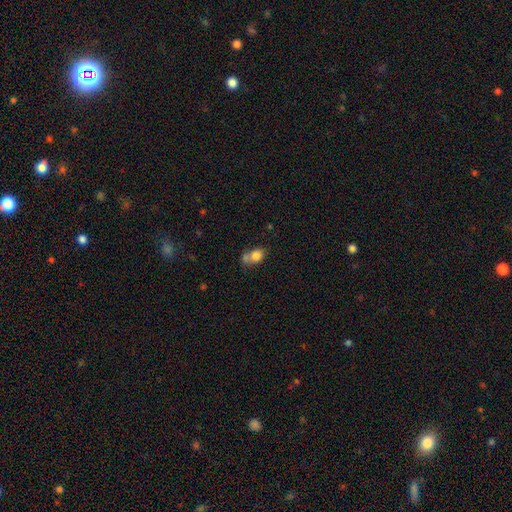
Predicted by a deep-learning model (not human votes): smooth 79%, featured or disk 11%, star or artifact 10%. Down the decision tree: how rounded — in between (60%); merging — merger (45%).